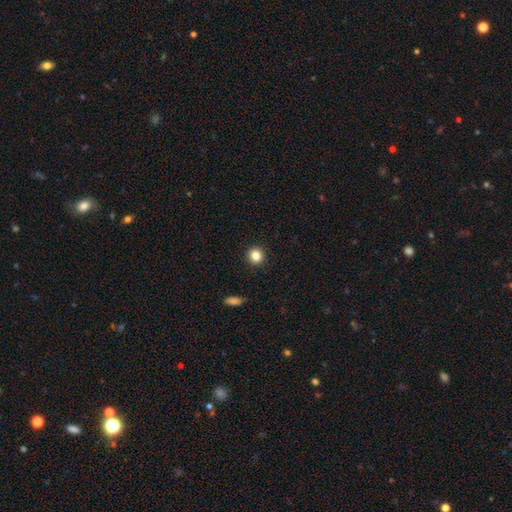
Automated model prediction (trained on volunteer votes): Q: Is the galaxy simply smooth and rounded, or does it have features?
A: smooth — 84%.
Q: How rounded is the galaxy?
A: round — 91%.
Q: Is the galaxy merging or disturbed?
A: none — 92%.